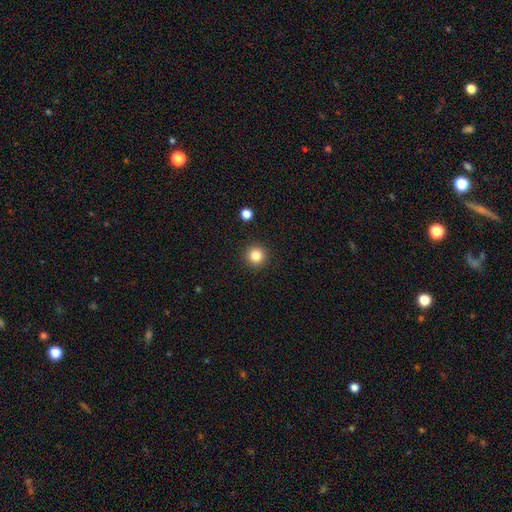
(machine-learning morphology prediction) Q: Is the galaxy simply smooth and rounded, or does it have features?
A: smooth — 83%.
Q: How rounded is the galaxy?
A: round — 95%.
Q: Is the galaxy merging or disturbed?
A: none — 92%.